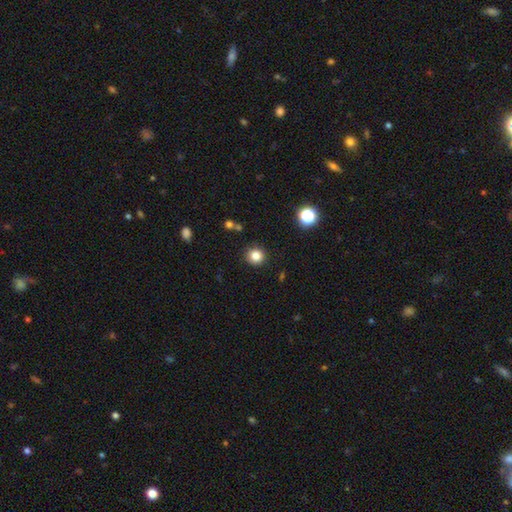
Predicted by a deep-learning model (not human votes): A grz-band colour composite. It shows a smooth galaxy with no disk features (82%) that is round (92%). Merging: none (91%).